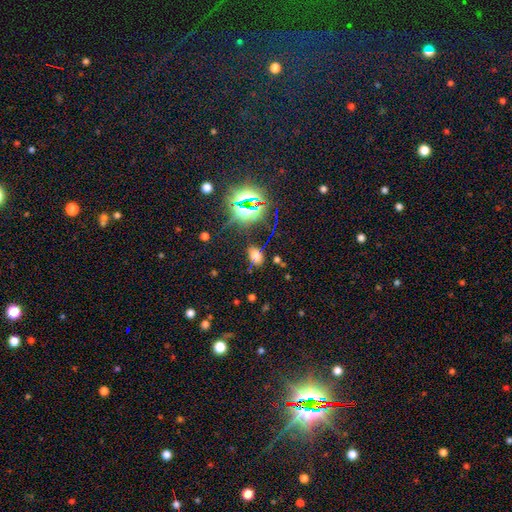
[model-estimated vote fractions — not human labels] This is possibly a smooth galaxy (59%). How rounded: clearly in between (86%). Merging: likely none (76%).